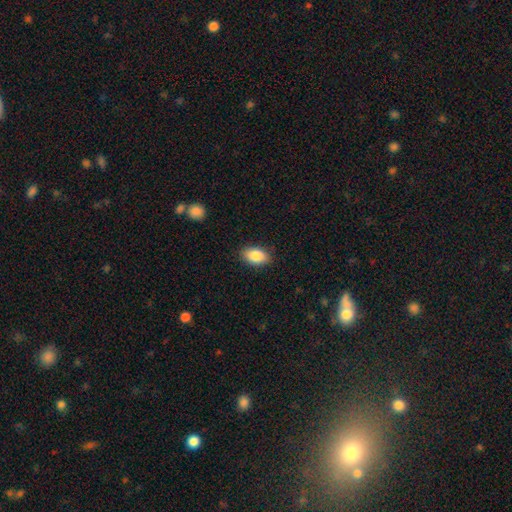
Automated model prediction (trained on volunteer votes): A smooth galaxy with no disk features (87%) that is in between round and cigar-shaped (91%). Merging: none (87%).